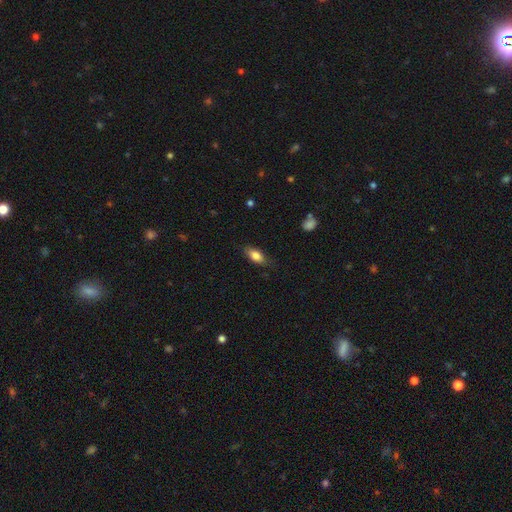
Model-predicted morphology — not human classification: smooth_or_featured: smooth (p=0.82) [alt: featured or disk p=0.11]
how_rounded: in between (p=0.85) [alt: cigar-shaped p=0.11]
merging: none (p=0.79) [alt: minor disturbance p=0.17]